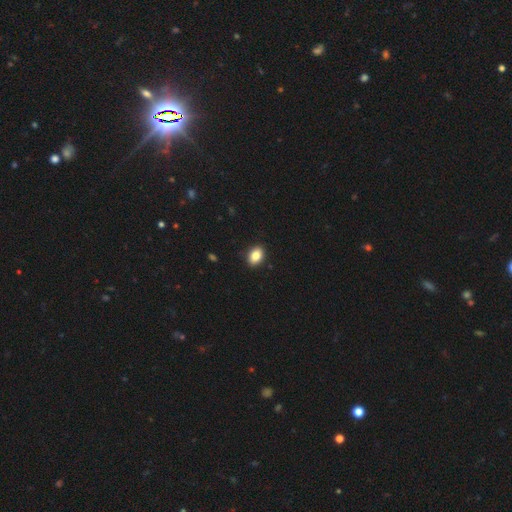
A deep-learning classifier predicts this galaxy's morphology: This appears to be a smooth galaxy with no disk features (85%) that is in between round and cigar-shaped (77%). Merging: none (90%).